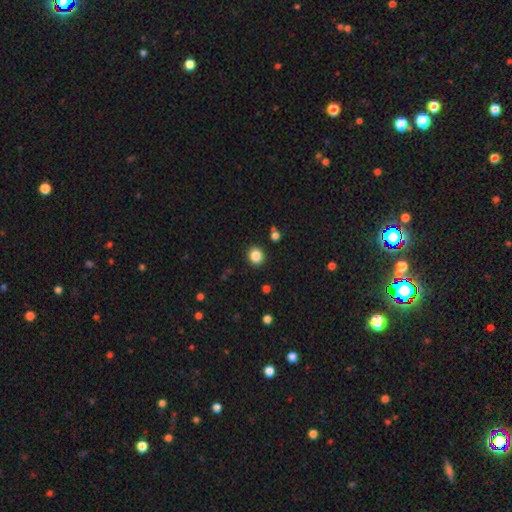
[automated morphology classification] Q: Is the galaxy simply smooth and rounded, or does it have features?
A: smooth — 85%.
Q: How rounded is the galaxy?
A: round — 81%.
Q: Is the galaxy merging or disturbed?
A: none — 89%.